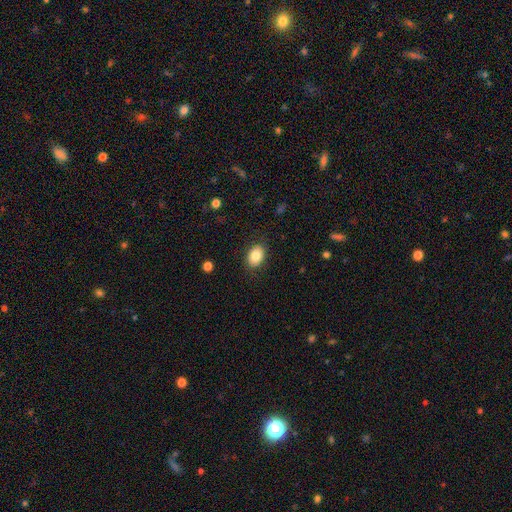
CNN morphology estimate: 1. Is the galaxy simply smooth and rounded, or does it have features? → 83% smooth, 9% featured or disk, 8% star or artifact.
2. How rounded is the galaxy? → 78% in between, 21% round, 1% cigar-shaped.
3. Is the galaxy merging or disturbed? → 87% none, 10% minor disturbance, 3% major disturbance, 1% merger.